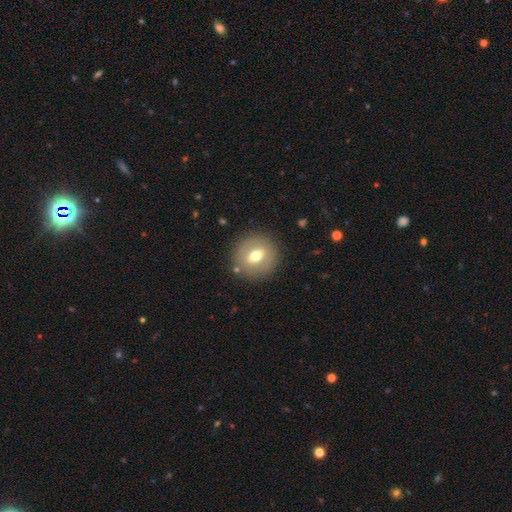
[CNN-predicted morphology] type=smooth (55%); roundness=round (81%); merging=none (85%).